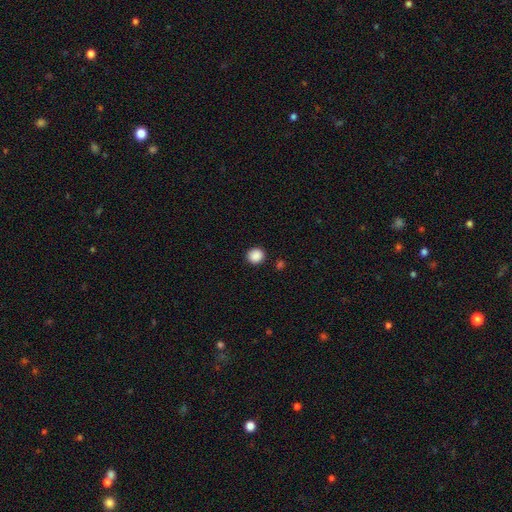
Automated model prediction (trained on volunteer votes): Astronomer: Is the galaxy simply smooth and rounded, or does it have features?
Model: smooth — 89%.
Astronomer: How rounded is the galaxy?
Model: round — 87%.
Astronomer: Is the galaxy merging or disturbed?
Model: none — 90%.